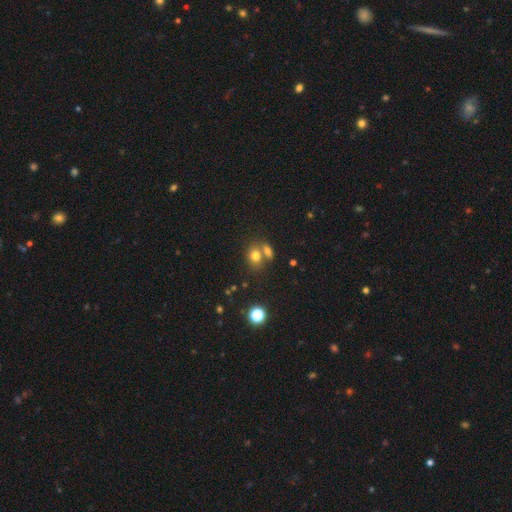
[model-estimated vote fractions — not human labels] The model was most divided on "how rounded": in between: 50%, round: 48%, cigar-shaped: 1%. Remaining: smooth or featured — smooth (75%); merging — none (45%).